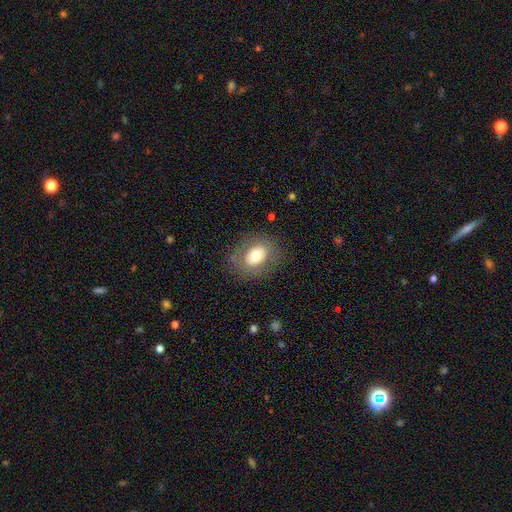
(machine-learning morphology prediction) Smooth or featured?
  - smooth: 65% *
  - featured or disk: 26%
  - star or artifact: 9%
How rounded?
  - in between: 56% *
  - round: 43%
  - cigar-shaped: 1%
Merging?
  - none: 80% *
  - minor disturbance: 12%
  - major disturbance: 7%
  - merger: 1%